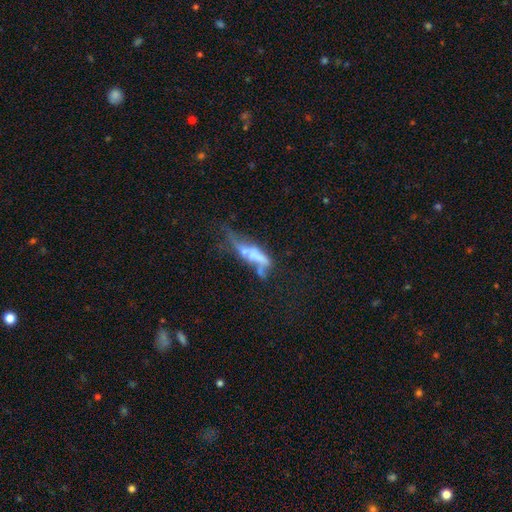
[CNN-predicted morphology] This appears to be a featured or disk galaxy (48%). Merging: major disturbance (33%).